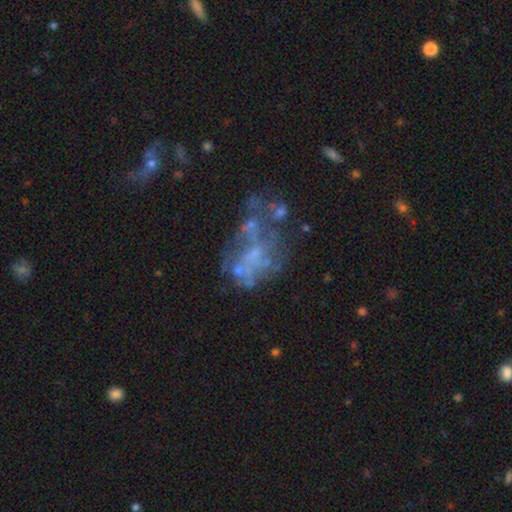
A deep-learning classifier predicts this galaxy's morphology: Smooth or featured?
  - featured or disk: 65% *
  - star or artifact: 18%
  - smooth: 17%
Edge-on disk?
  - no: 98% *
  - yes: 2%
Bar?
  - no: 89% *
  - weak: 9%
  - strong: 2%
Spiral arms?
  - no: 85% *
  - yes: 15%
Bulge size?
  - none: 66% *
  - small: 22%
  - moderate: 10%
  - large: 1%
  - dominant: 1%
Merging?
  - none: 38% *
  - major disturbance: 29%
  - minor disturbance: 17%
  - merger: 16%